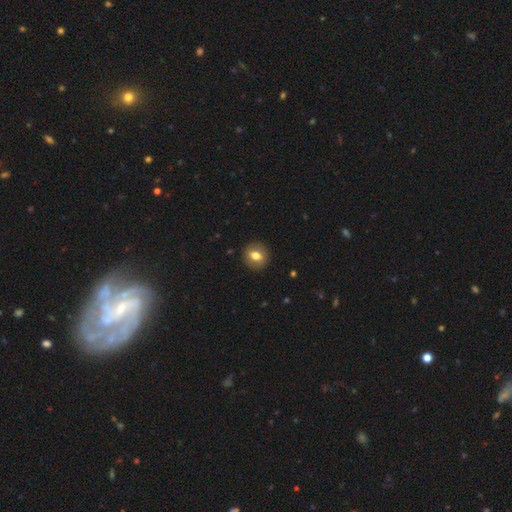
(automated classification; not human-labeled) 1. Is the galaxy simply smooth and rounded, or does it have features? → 74% smooth, 18% featured or disk, 9% star or artifact.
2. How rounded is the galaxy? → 72% round, 27% in between, 1% cigar-shaped.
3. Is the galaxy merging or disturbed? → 89% none, 7% minor disturbance, 2% major disturbance, 1% merger.